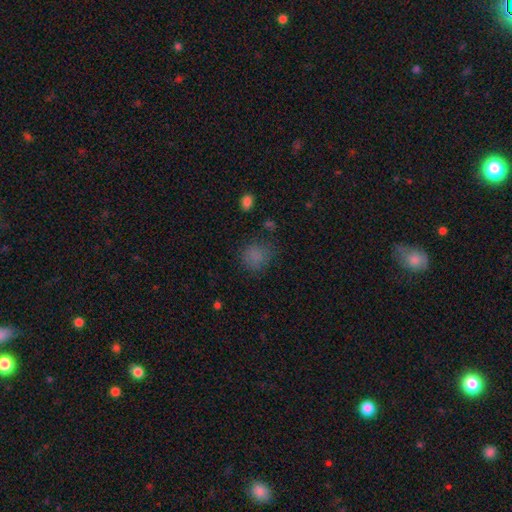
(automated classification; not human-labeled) Smooth or featured? Predicted: smooth (p=0.77). How rounded? Predicted: round (p=0.75). Merging? Predicted: none (p=0.68).